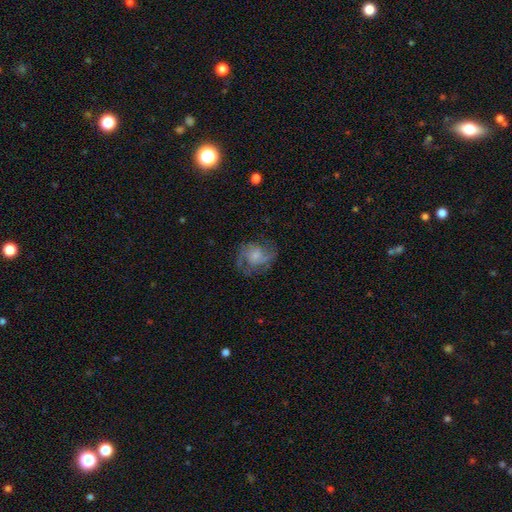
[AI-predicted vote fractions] A featured or disk galaxy (65%) with no bar (69%), 2 (70%) medium (50%) spiral arms (89%) and a small central bulge (42%).

Vote fractions:
- Smooth or featured? featured or disk: 65% / smooth: 27% / star or artifact: 8%
- Edge-on disk? no: 97% / yes: 3%
- Bar? no: 69% / weak: 27% / strong: 4%
- Spiral arms? yes: 89% / no: 11%
- Spiral winding? medium: 50% / loose: 30% / tight: 21%
- Spiral arm count? 2: 70% / can't tell: 13% / 3: 8% / 1: 4% / 4: 3% / more than 4: 2%
- Bulge size? small: 42% / moderate: 30% / none: 17% / large: 9% / dominant: 2%
- Merging? none: 65% / minor disturbance: 19% / major disturbance: 14% / merger: 1%